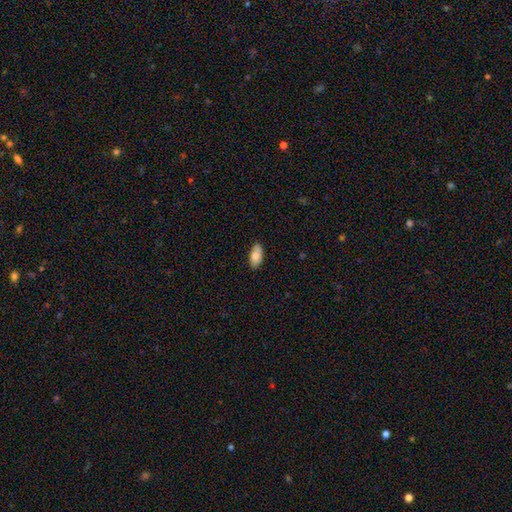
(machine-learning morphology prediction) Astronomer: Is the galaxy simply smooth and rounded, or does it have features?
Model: smooth — 81%.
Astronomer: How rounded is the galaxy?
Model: in between — 91%.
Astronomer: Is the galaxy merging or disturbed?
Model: none — 80%.